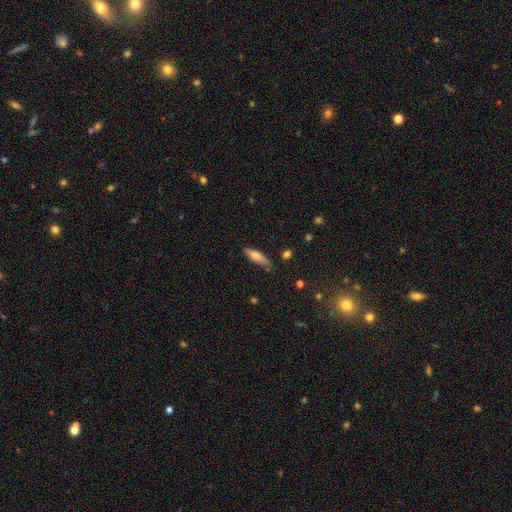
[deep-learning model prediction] This is likely a smooth galaxy (69%). How rounded: likely cigar-shaped (63%). Merging: likely none (77%).